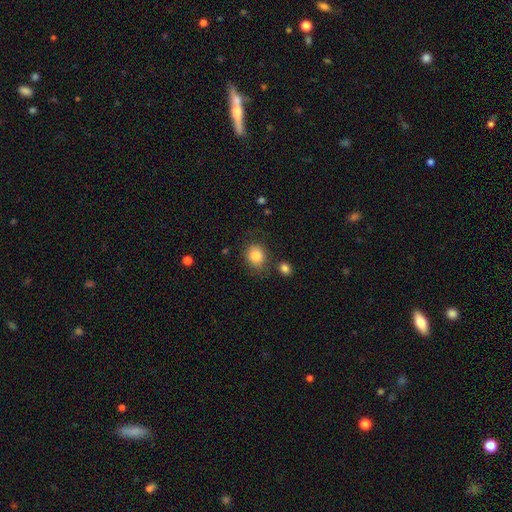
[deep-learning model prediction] Smooth or featured? Predicted: smooth (p=0.85). How rounded? Predicted: round (p=0.68). Merging? Predicted: none (p=0.74).